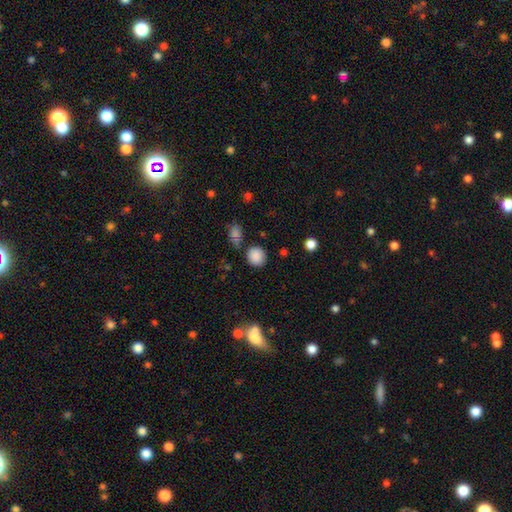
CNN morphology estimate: A smooth galaxy with no disk features (86%) that is round (85%).

Vote fractions:
- Smooth or featured? smooth: 86% / star or artifact: 10% / featured or disk: 4%
- How rounded? round: 85% / in between: 14% / cigar-shaped: 1%
- Merging? none: 79% / minor disturbance: 12% / merger: 6% / major disturbance: 4%